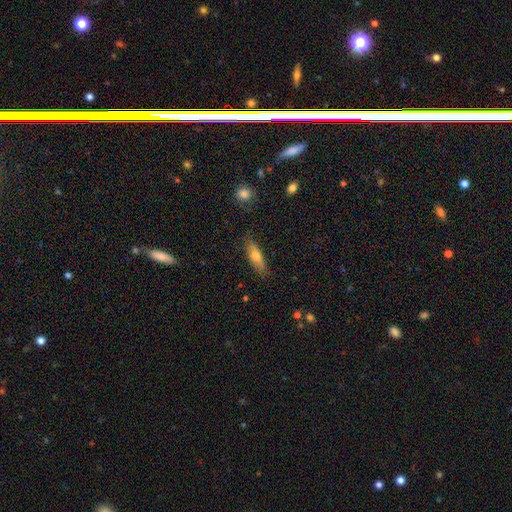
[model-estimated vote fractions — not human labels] smooth-or-featured: smooth: 66% | featured or disk: 27% | star or artifact: 7%
  how-rounded: cigar-shaped: 53% | in between: 45% | round: 2%
  merging: none: 81% | minor disturbance: 14% | major disturbance: 3% | merger: 1%